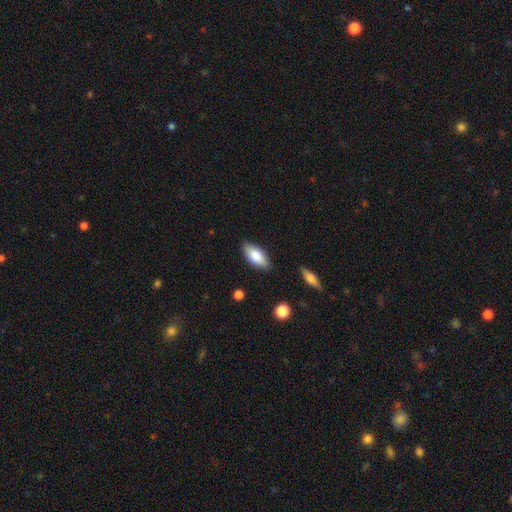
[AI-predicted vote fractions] This is likely a smooth galaxy (80%). How rounded: clearly in between (87%). Merging: clearly none (85%).